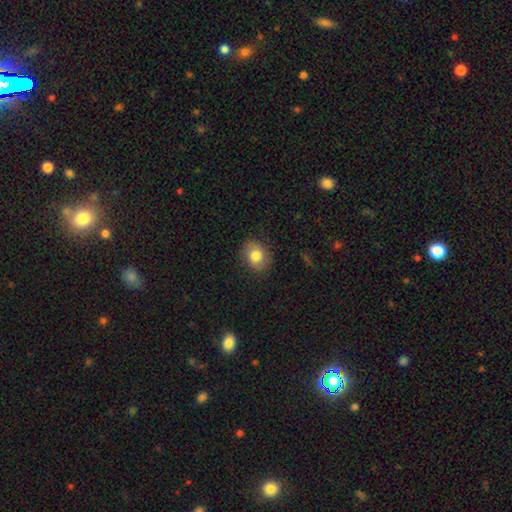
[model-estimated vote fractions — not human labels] Overall: smooth (79%). How rounded: round (53%; in between 46%). Merging: none (83%).